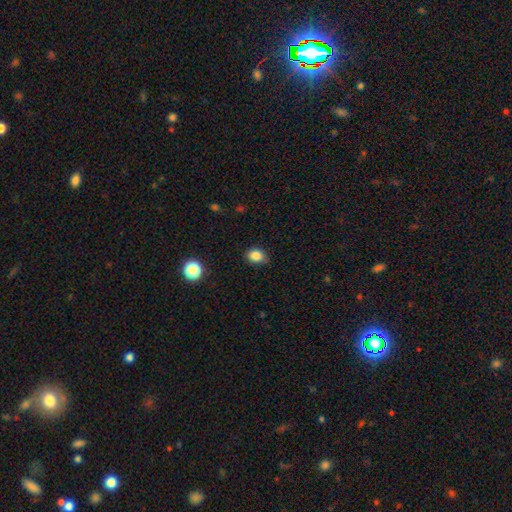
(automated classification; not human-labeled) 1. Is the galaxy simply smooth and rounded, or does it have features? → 84% smooth, 11% star or artifact, 4% featured or disk.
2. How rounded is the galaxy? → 51% round, 48% in between, 1% cigar-shaped.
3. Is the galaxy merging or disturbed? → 81% none, 15% minor disturbance, 3% major disturbance, 2% merger.